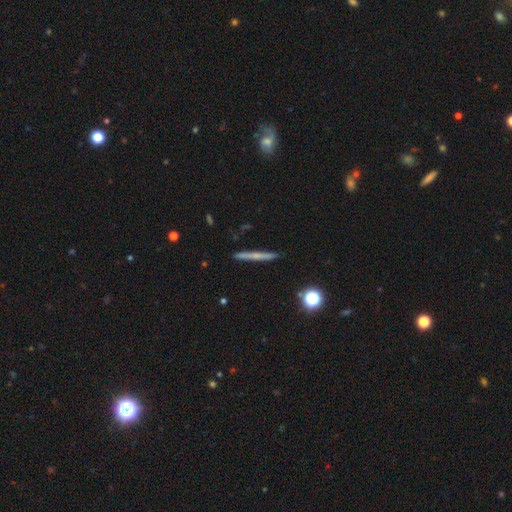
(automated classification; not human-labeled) This appears to be a featured or disk galaxy (48%). Merging: none (91%).